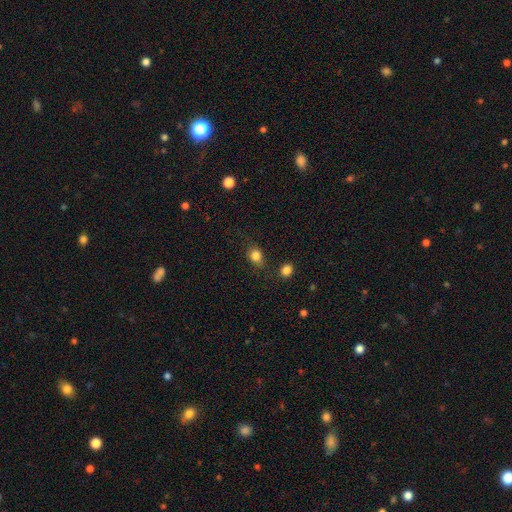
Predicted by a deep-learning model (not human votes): This is clearly a smooth galaxy (83%). How rounded: possibly round (53%). Merging: likely none (75%).